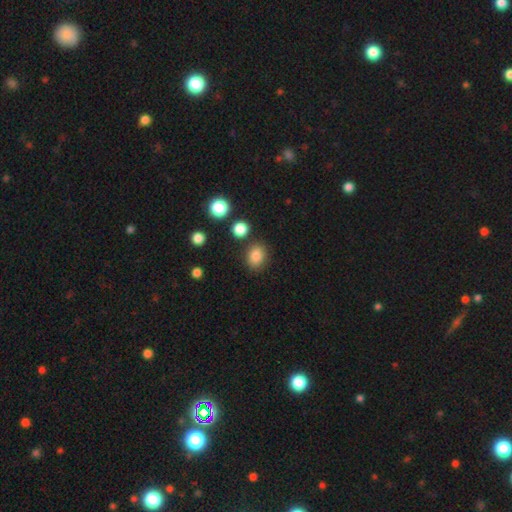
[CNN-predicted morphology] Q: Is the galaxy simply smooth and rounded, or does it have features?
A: smooth — 85%.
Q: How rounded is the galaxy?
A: in between — 55%.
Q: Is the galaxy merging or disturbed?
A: none — 82%.